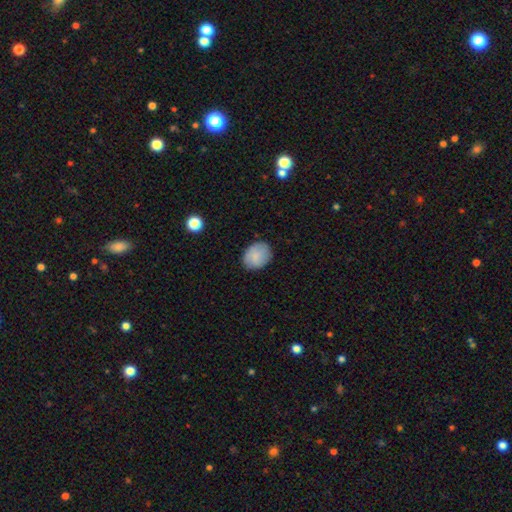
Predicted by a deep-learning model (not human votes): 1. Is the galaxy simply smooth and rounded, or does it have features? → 84% smooth, 9% featured or disk, 7% star or artifact.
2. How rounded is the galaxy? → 50% in between, 49% round, 1% cigar-shaped.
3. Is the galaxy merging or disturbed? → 82% none, 14% minor disturbance, 3% major disturbance, 1% merger.